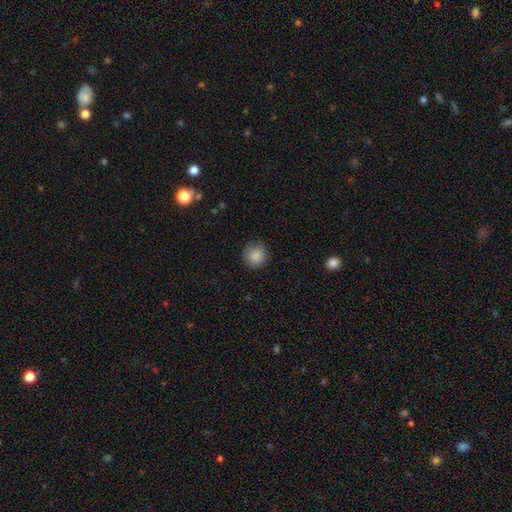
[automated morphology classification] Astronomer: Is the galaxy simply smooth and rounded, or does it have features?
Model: smooth — 87%.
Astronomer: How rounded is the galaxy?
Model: round — 94%.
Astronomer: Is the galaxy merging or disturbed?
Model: none — 90%.